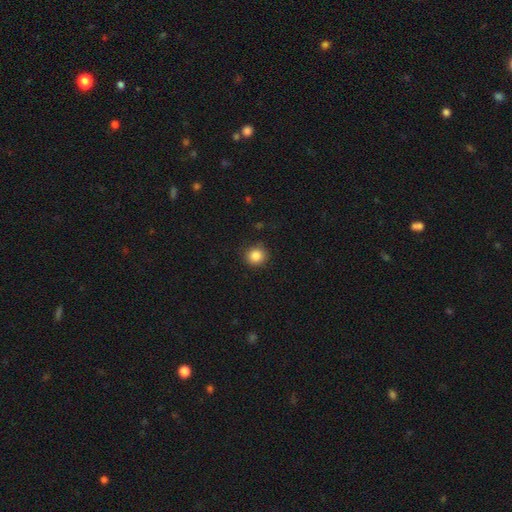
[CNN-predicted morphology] A smooth galaxy with no disk features (86%) that is round (91%).

Vote fractions:
- Smooth or featured? smooth: 86% / star or artifact: 10% / featured or disk: 4%
- How rounded? round: 91% / in between: 8% / cigar-shaped: 1%
- Merging? none: 89% / minor disturbance: 8% / major disturbance: 2% / merger: 1%